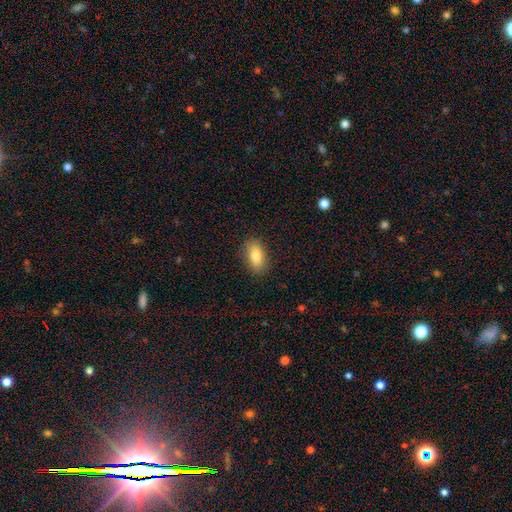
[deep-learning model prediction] Morphology: type=smooth (82%); roundness=in between (89%); merging=none (87%).